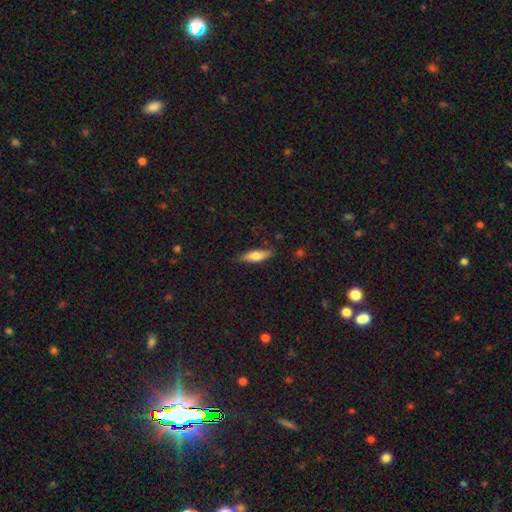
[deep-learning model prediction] smooth-or-featured: smooth: 71% | featured or disk: 23% | star or artifact: 6%
  how-rounded: cigar-shaped: 53% | in between: 45% | round: 2%
  merging: none: 81% | minor disturbance: 15% | major disturbance: 3% | merger: 1%